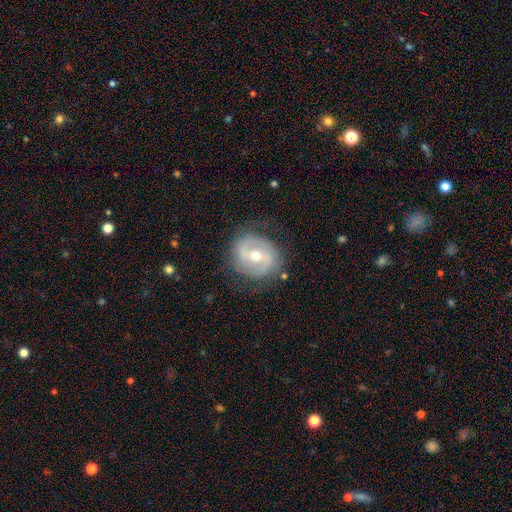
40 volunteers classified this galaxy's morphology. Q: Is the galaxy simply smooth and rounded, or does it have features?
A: featured or disk — 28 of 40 (70%).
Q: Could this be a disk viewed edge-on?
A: no — 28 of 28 (100%).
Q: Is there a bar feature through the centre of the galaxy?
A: weak — 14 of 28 (50%).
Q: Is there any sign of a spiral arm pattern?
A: yes — 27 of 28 (96%).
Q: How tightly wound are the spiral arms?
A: tight — 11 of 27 (41%, tied with medium).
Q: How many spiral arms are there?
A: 2 — 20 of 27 (74%).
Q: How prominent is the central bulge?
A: moderate — 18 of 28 (64%).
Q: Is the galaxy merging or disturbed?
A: none — 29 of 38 (76%).